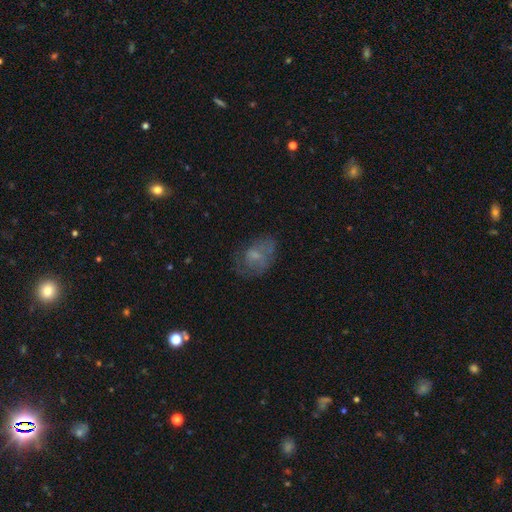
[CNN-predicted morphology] Smooth or featured? smooth (50%)
How rounded? in between (74%)
Merging? none (45%)